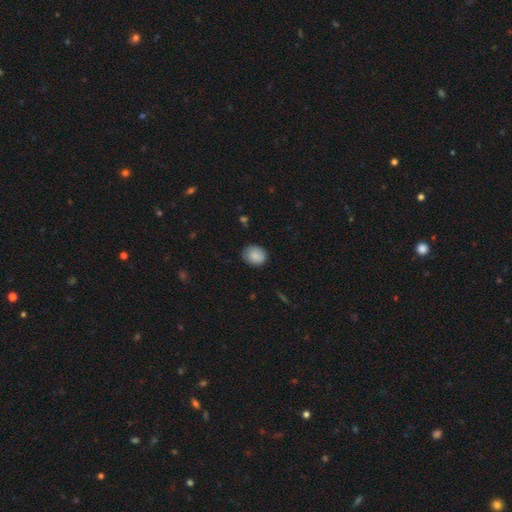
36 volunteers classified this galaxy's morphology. This appears to be a smooth galaxy with no disk features (89%) that is round (69%). Merging: none (89%).